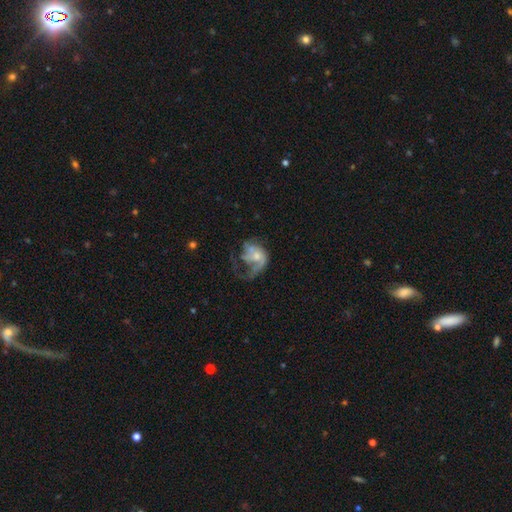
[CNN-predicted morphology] A featured or disk galaxy (67%) with no bar (74%), spiral arms (74%) and a moderate central bulge (46%). Merging: major disturbance (49%).